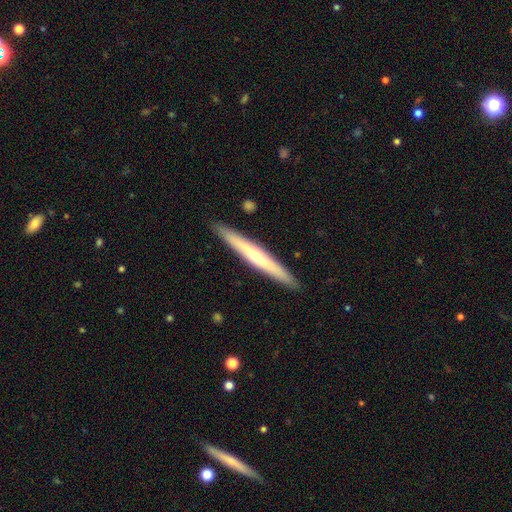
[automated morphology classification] Q: Smooth or featured?
A: featured or disk (62%); runner-up: smooth (32%)
Q: Edge-on disk?
A: yes (95%); runner-up: no (5%)
Q: Edge-on bulge?
A: rounded (72%); runner-up: none (25%)
Q: Merging?
A: none (91%); runner-up: minor disturbance (6%)